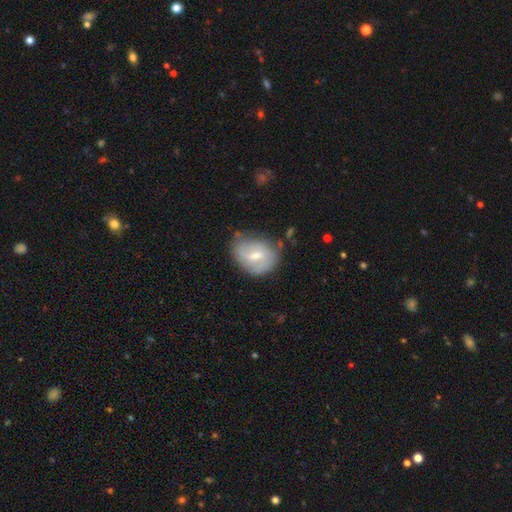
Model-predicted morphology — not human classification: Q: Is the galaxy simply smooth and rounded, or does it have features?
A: featured or disk — 47%.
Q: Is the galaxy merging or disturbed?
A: none — 58%.